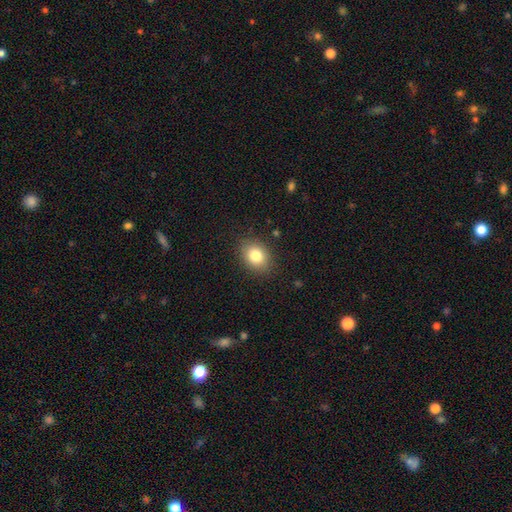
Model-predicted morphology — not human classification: Q: Smooth or featured?
A: smooth (82%); runner-up: star or artifact (10%)
Q: How rounded?
A: in between (57%); runner-up: round (42%)
Q: Merging?
A: none (86%); runner-up: minor disturbance (10%)